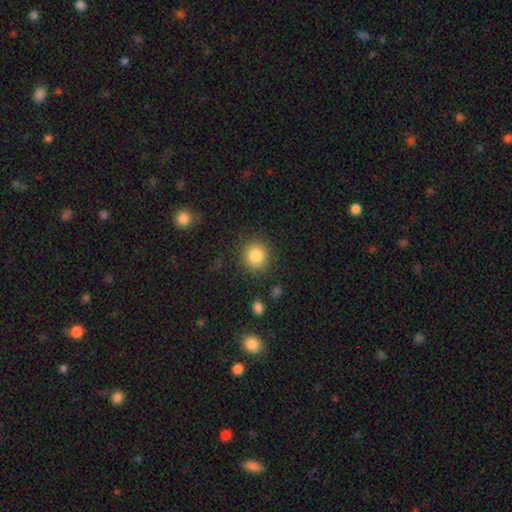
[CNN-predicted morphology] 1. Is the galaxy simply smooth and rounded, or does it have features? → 85% smooth, 10% star or artifact, 6% featured or disk.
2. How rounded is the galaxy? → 88% round, 11% in between, 1% cigar-shaped.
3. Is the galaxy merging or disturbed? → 86% none, 9% minor disturbance, 3% major disturbance, 2% merger.